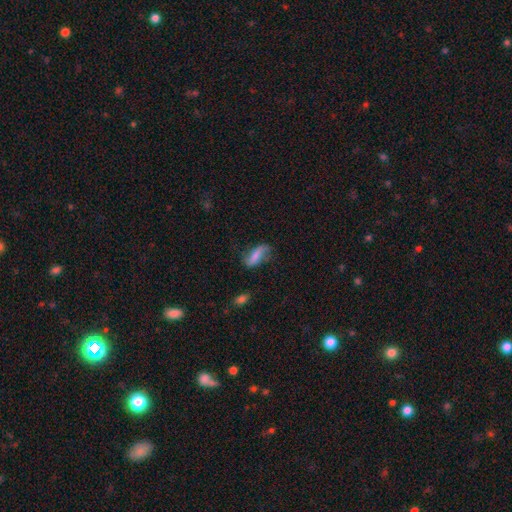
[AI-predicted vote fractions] The model was most divided on "smooth or featured": smooth: 53%, featured or disk: 38%, star or artifact: 9%. More confident: how rounded — in between (70%); merging — none (57%).